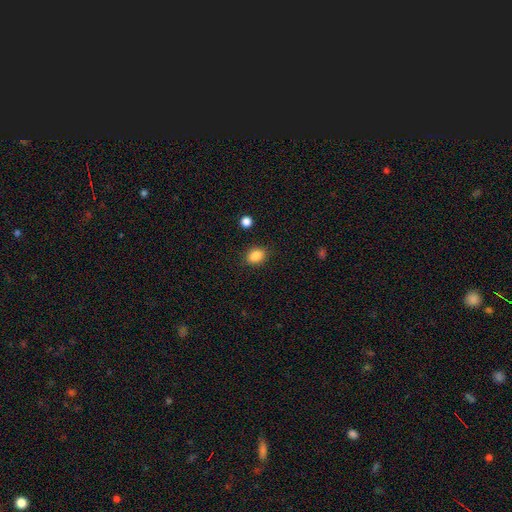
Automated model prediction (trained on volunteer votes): Smooth or featured?
  - smooth: 86% *
  - star or artifact: 9%
  - featured or disk: 5%
How rounded?
  - in between: 67% *
  - round: 32%
  - cigar-shaped: 1%
Merging?
  - none: 87% *
  - minor disturbance: 9%
  - major disturbance: 3%
  - merger: 2%